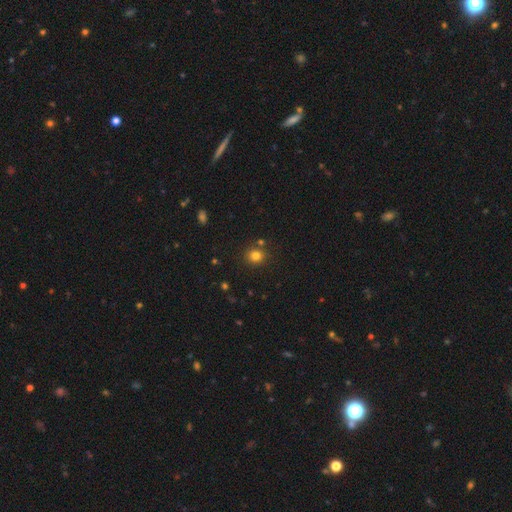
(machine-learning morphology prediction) type=smooth (79%); roundness=round (87%); merging=none (83%).